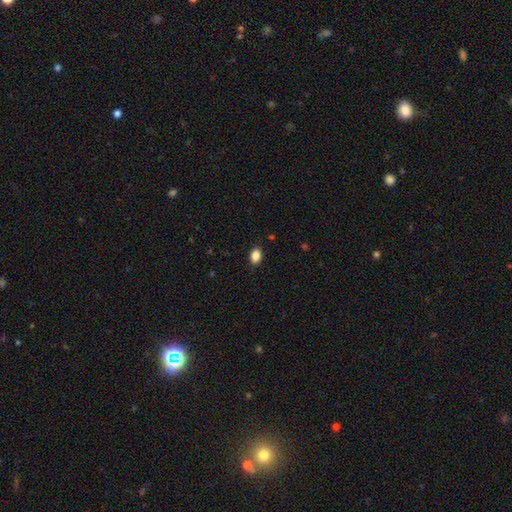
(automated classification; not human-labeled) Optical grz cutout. It shows a smooth galaxy with no disk features (88%) that is in between round and cigar-shaped (82%). Merging: none (89%).